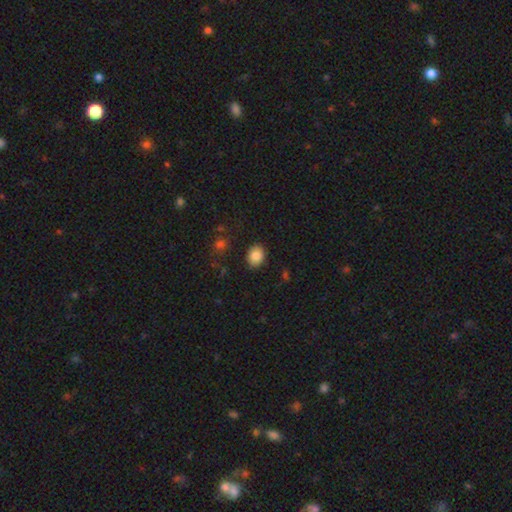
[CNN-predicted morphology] smooth_or_featured: smooth (p=0.86) [alt: star or artifact p=0.08]
how_rounded: in between (p=0.57) [alt: round p=0.42]
merging: none (p=0.87) [alt: minor disturbance p=0.09]